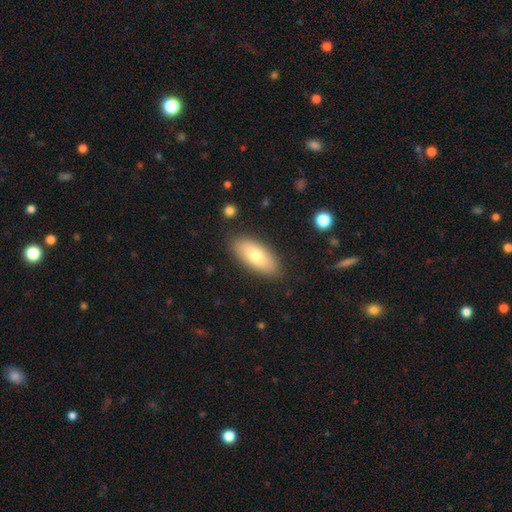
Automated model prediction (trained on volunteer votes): The model was most divided on "smooth or featured": smooth: 72%, featured or disk: 21%, star or artifact: 7%. More confident: merging — none (87%); how rounded — in between (85%).